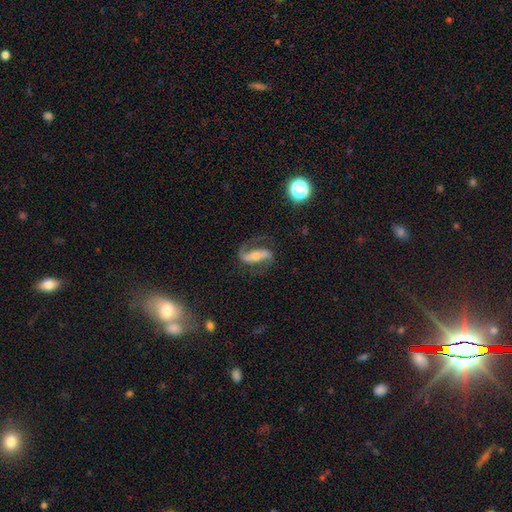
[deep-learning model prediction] A featured or disk galaxy (81%) with a strong bar (61%), 2 (88%) medium (46%) spiral arms (93%) and a moderate central bulge (47%).

Vote fractions:
- Smooth or featured? featured or disk: 81% / smooth: 13% / star or artifact: 7%
- Edge-on disk? no: 91% / yes: 9%
- Bar? strong: 61% / weak: 21% / no: 18%
- Spiral arms? yes: 93% / no: 7%
- Spiral winding? medium: 46% / loose: 37% / tight: 17%
- Spiral arm count? 2: 88% / 1: 7% / can't tell: 3% / 3: 1% / 4: 1% / more than 4: 1%
- Bulge size? moderate: 47% / small: 41% / large: 7% / none: 4% / dominant: 2%
- Merging? none: 72% / minor disturbance: 14% / major disturbance: 12% / merger: 2%